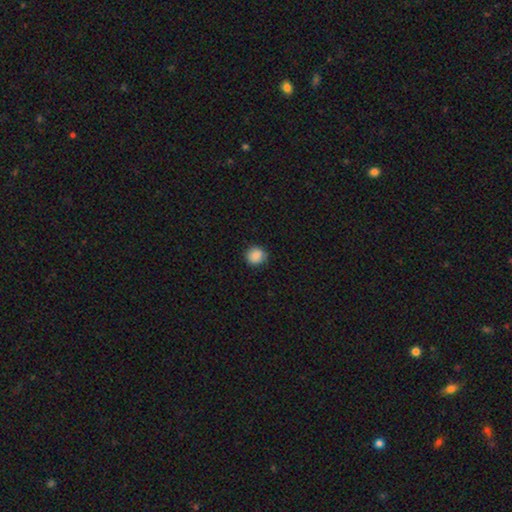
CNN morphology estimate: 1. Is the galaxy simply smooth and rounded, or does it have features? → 87% smooth, 9% star or artifact, 4% featured or disk.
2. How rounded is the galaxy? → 88% round, 11% in between, 1% cigar-shaped.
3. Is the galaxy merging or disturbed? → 84% none, 12% minor disturbance, 2% major disturbance, 1% merger.